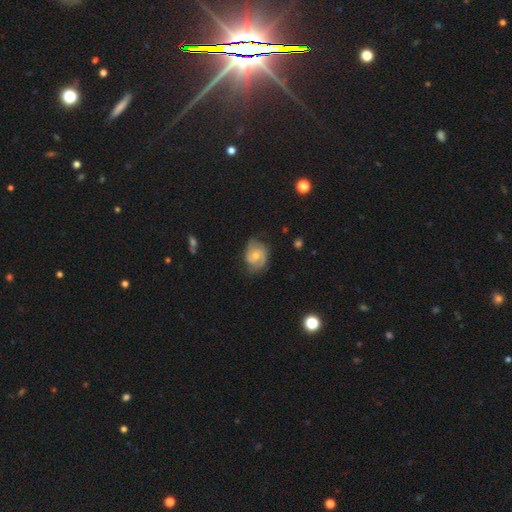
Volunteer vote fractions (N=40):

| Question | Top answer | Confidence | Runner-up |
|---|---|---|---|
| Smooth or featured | featured or disk | 55% | smooth (35%) |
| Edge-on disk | no | 100% | — |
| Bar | no | 55% | weak (45%) |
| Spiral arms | yes | 86% | no (14%) |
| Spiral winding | tight | 53% | medium (47%) |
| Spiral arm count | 2 | 58% | 1 (32%) |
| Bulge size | moderate | 59% | small (27%) |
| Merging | none | 67% | minor disturbance (19%) |